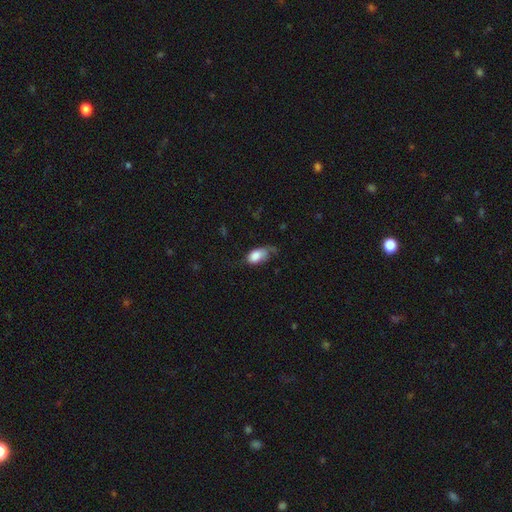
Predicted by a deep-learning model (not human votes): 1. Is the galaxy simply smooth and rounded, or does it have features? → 75% smooth, 18% featured or disk, 7% star or artifact.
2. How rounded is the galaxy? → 90% in between, 7% round, 3% cigar-shaped.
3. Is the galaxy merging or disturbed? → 35% minor disturbance, 32% major disturbance, 30% none, 3% merger.